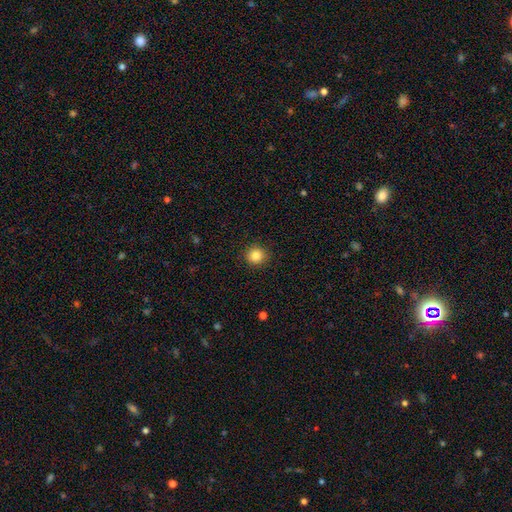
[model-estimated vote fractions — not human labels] Smooth or featured?
  - smooth: 85% *
  - star or artifact: 10%
  - featured or disk: 5%
How rounded?
  - round: 93% *
  - in between: 6%
  - cigar-shaped: 1%
Merging?
  - none: 91% *
  - minor disturbance: 6%
  - major disturbance: 2%
  - merger: 1%